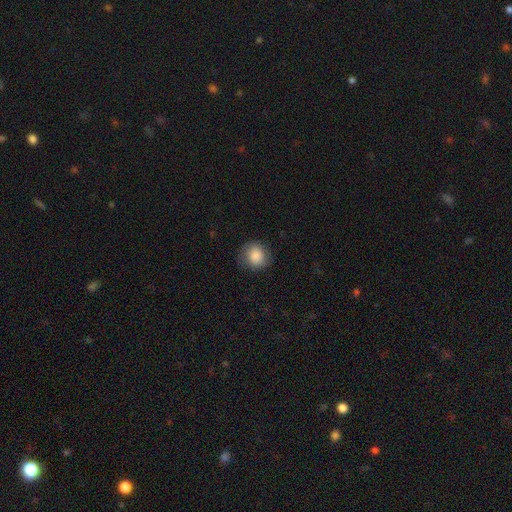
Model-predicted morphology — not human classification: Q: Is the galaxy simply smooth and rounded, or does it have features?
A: smooth — 84%.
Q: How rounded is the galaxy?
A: round — 84%.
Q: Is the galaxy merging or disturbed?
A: none — 80%.